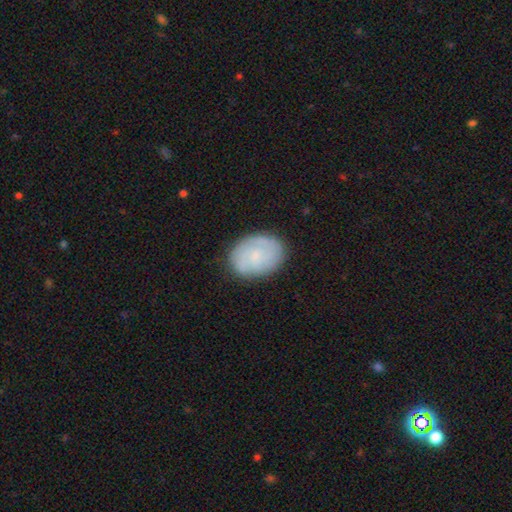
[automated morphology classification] type=smooth (54%); roundness=in between (67%); merging=none (79%).